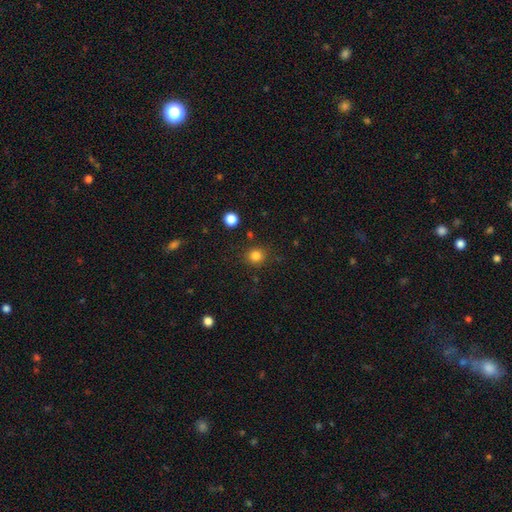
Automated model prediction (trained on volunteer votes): Q: Smooth or featured?
A: smooth (83%); runner-up: star or artifact (13%)
Q: How rounded?
A: round (89%); runner-up: in between (10%)
Q: Merging?
A: none (86%); runner-up: minor disturbance (8%)